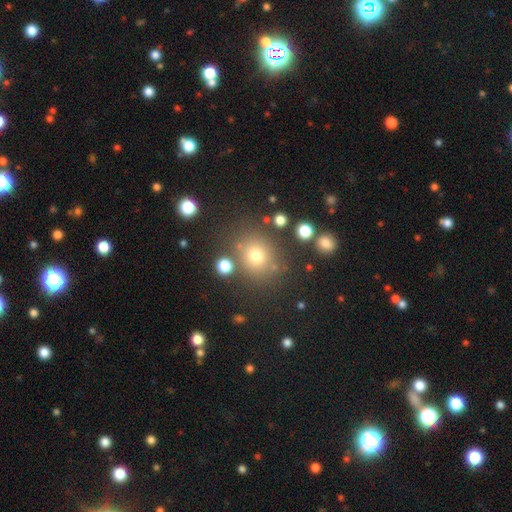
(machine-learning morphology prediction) This is likely a smooth galaxy (71%). How rounded: clearly round (81%). Merging: likely none (78%).